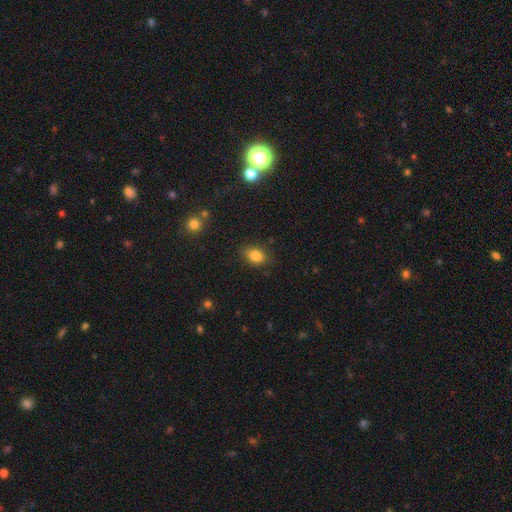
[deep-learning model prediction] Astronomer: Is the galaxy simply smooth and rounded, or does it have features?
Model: smooth — 84%.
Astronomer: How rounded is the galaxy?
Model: in between — 75%.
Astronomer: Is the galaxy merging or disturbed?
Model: none — 83%.